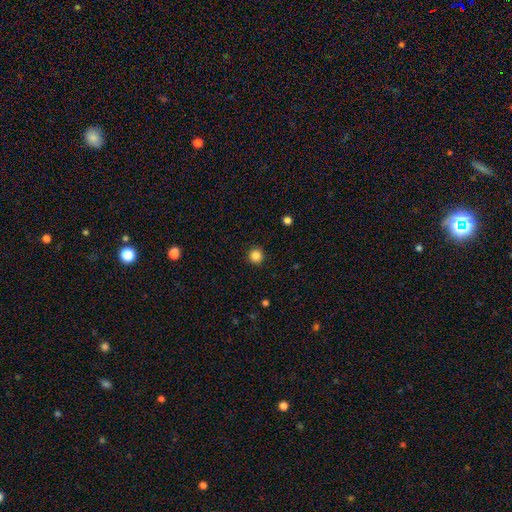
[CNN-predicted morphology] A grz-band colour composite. It shows a smooth galaxy with no disk features (85%) that is round (95%). Merging: none (92%).